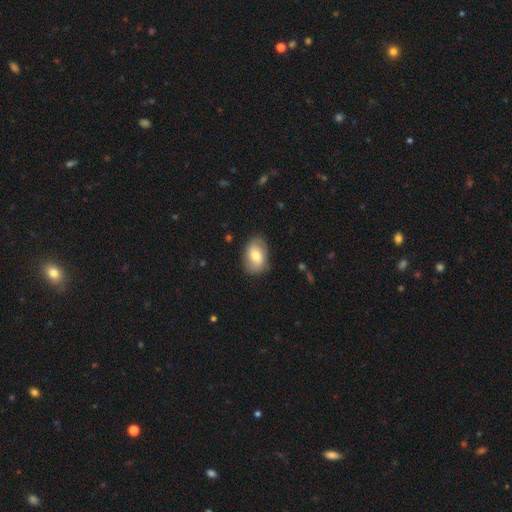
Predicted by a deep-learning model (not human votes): Overall: smooth (68%). How rounded: in between (83%). Merging: none (80%).